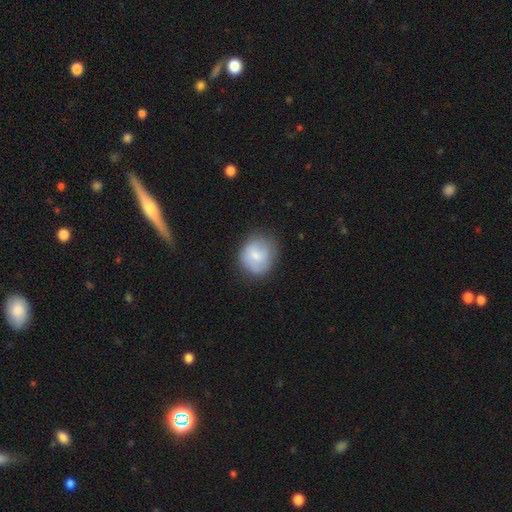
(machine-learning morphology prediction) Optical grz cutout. It shows a smooth galaxy with no disk features (72%) that is round (78%). Merging: none (70%).